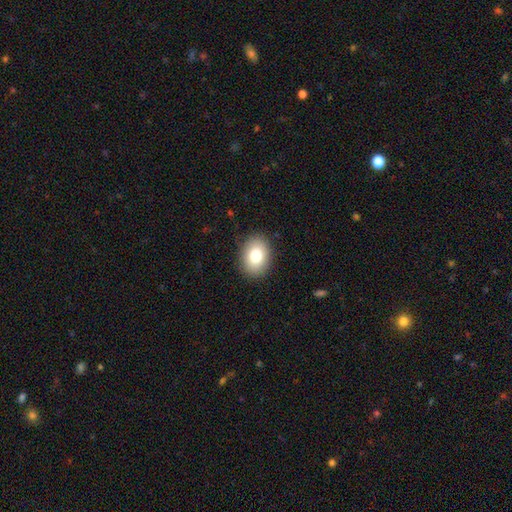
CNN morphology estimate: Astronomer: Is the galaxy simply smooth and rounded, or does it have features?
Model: smooth — 80%.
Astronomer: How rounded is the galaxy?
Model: in between — 70%.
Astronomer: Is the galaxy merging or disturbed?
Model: none — 88%.